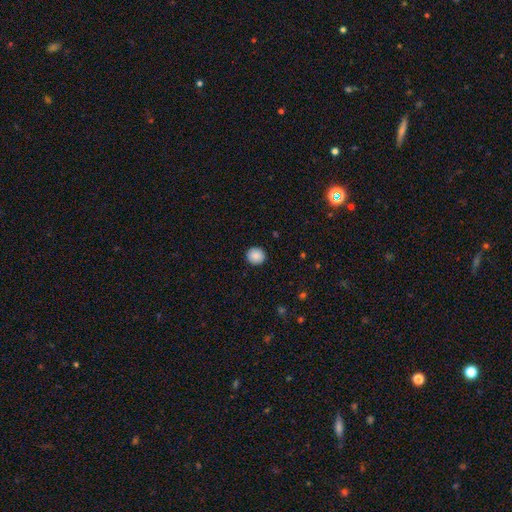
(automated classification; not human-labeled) Smooth or featured?
  - smooth: 89% *
  - star or artifact: 8%
  - featured or disk: 3%
How rounded?
  - round: 93% *
  - in between: 6%
  - cigar-shaped: 1%
Merging?
  - none: 92% *
  - minor disturbance: 5%
  - major disturbance: 2%
  - merger: 1%